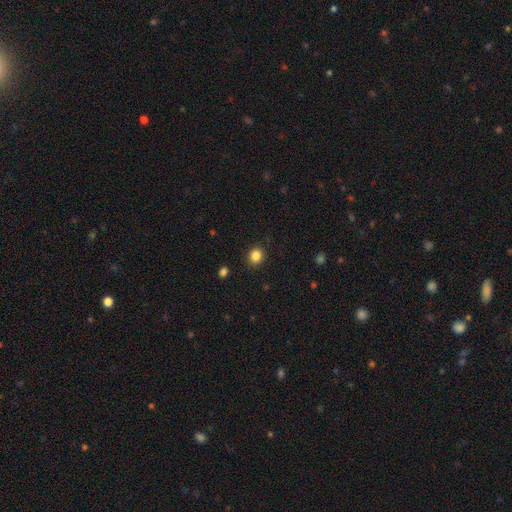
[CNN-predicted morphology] Smooth or featured: smooth — 86% (star or artifact — 11%)
How rounded: round — 76% (in between — 23%)
Merging: none — 89% (minor disturbance — 7%)